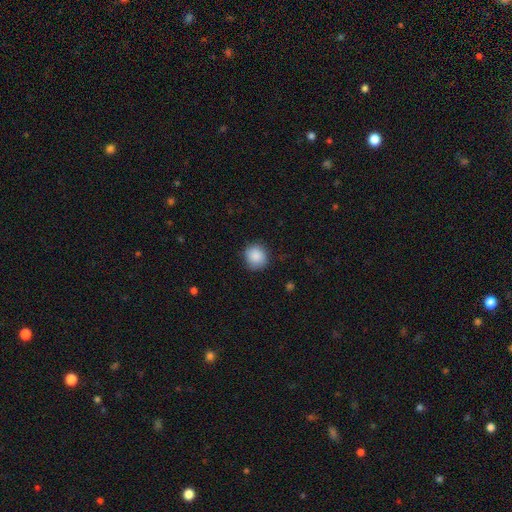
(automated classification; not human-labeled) This is clearly a smooth galaxy (89%). How rounded: clearly round (88%). Merging: clearly none (85%).